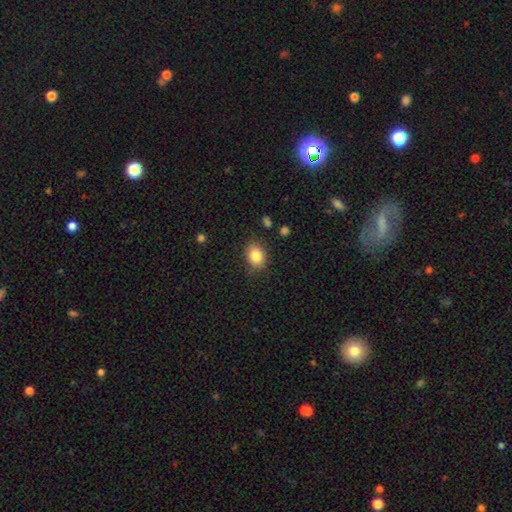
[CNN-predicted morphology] Smooth or featured: smooth — 84% (star or artifact — 9%)
How rounded: in between — 69% (round — 30%)
Merging: none — 81% (minor disturbance — 14%)